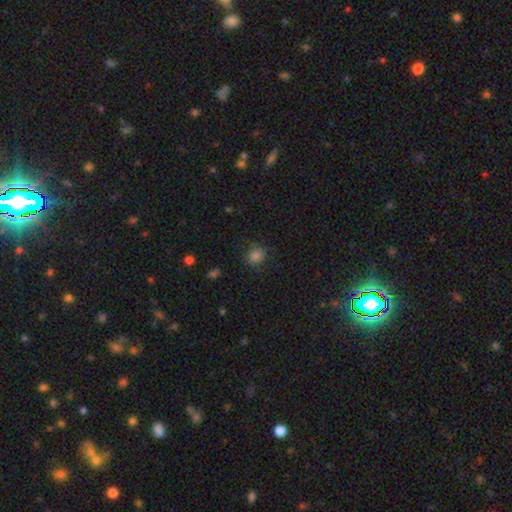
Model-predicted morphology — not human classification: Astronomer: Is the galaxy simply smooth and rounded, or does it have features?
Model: smooth — 83%.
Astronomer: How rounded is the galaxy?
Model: round — 76%.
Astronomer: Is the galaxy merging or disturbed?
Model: none — 84%.